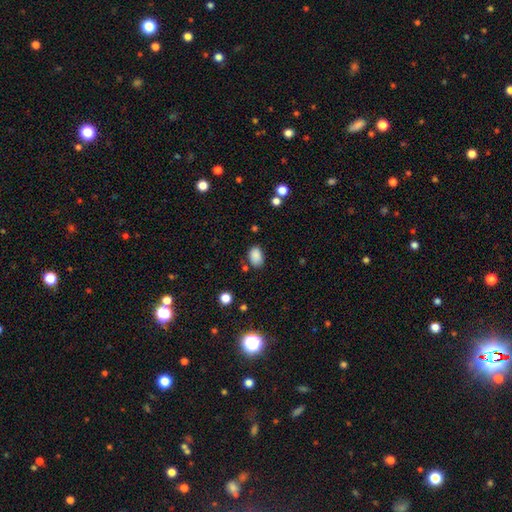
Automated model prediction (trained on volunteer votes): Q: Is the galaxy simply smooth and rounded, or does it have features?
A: smooth — 86%.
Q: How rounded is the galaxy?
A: in between — 86%.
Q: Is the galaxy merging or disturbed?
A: none — 73%.